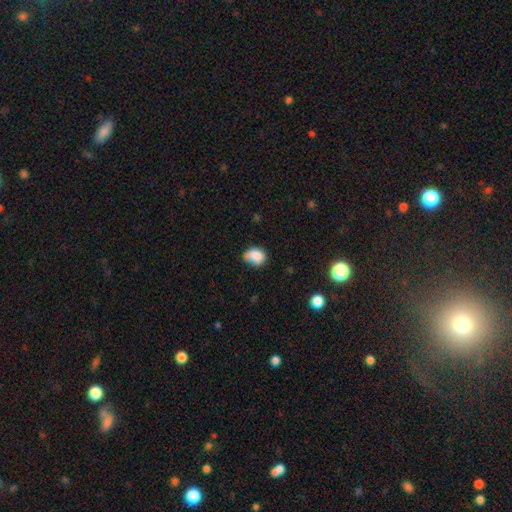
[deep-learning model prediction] Smooth or featured? smooth (84%)
How rounded? in between (51%)
Merging? none (60%)